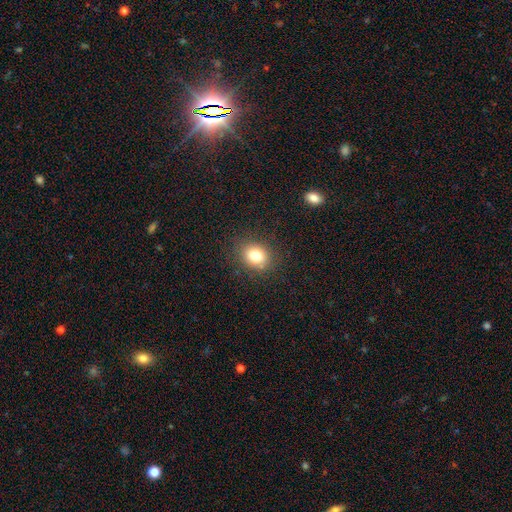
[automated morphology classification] Overall: smooth (79%). How rounded: round (61%; in between 39%). Merging: none (86%).